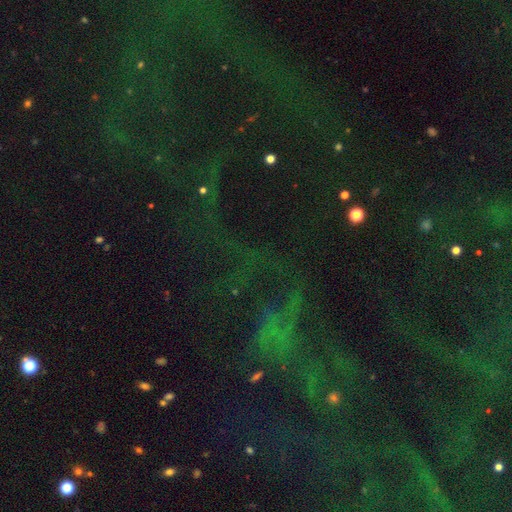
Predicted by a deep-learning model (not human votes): This appears to be a star or artifact, not a galaxy (70%).